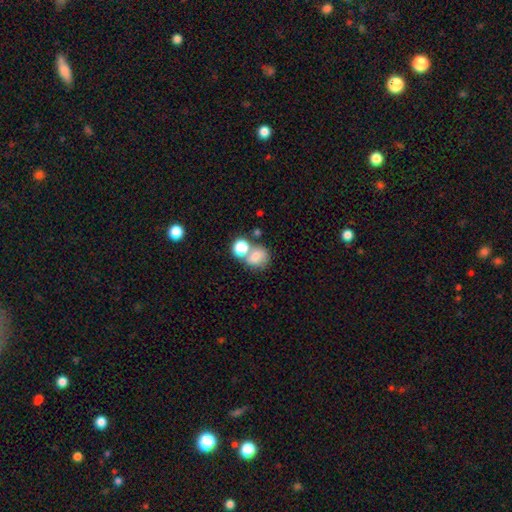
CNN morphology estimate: Overall: smooth (75%). How rounded: round (69%; in between 30%). Merging: merger (47%; none 37%).